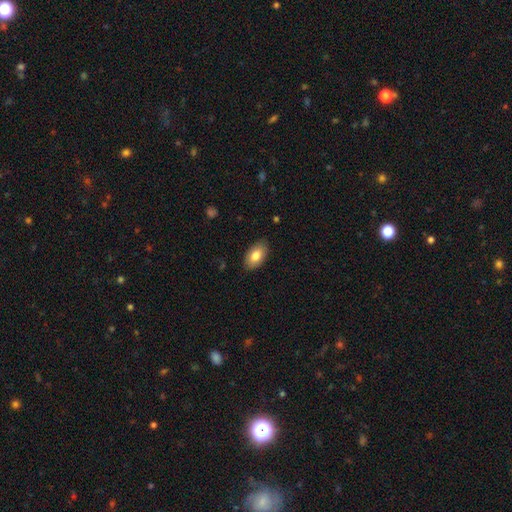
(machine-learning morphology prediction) smooth 80%, featured or disk 13%, star or artifact 7%. Down the decision tree: how rounded — in between (93%); merging — none (87%).